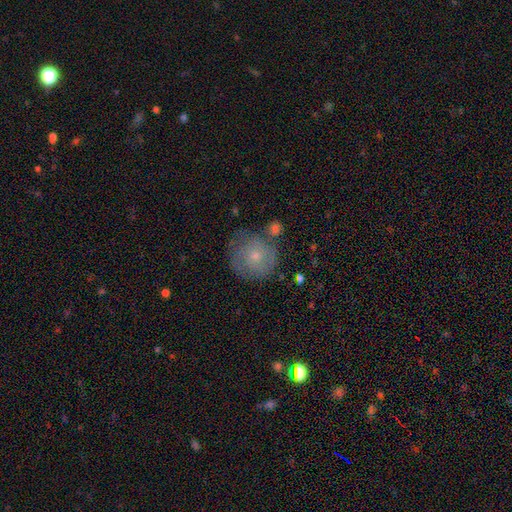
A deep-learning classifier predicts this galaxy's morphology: smooth-or-featured: smooth: 58% | featured or disk: 34% | star or artifact: 8%
  how-rounded: round: 91% | in between: 8% | cigar-shaped: 1%
  merging: none: 66% | minor disturbance: 20% | merger: 7% | major disturbance: 7%